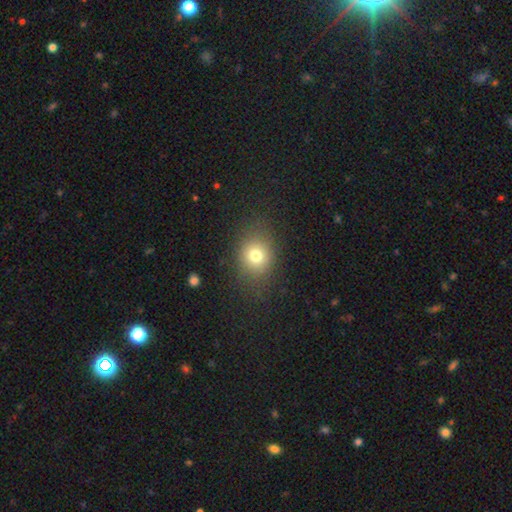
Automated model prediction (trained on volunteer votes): A smooth galaxy with no disk features (74%) that is round (62%).

Vote fractions:
- Smooth or featured? smooth: 74% / star or artifact: 15% / featured or disk: 11%
- How rounded? round: 62% / in between: 37% / cigar-shaped: 1%
- Merging? none: 80% / minor disturbance: 12% / major disturbance: 7% / merger: 1%